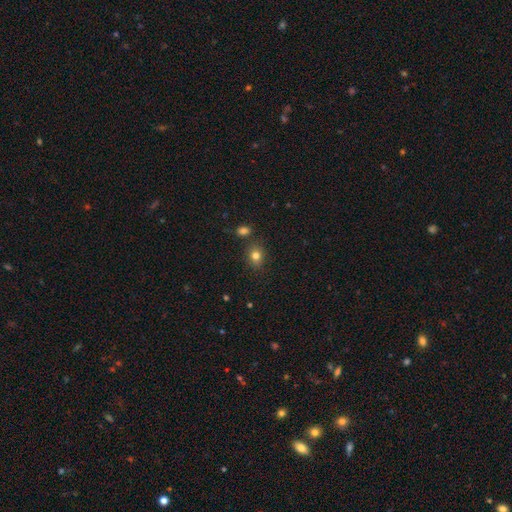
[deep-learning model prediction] Smooth or featured: smooth — 80% (star or artifact — 12%)
How rounded: round — 56% (in between — 43%)
Merging: none — 80% (minor disturbance — 11%)